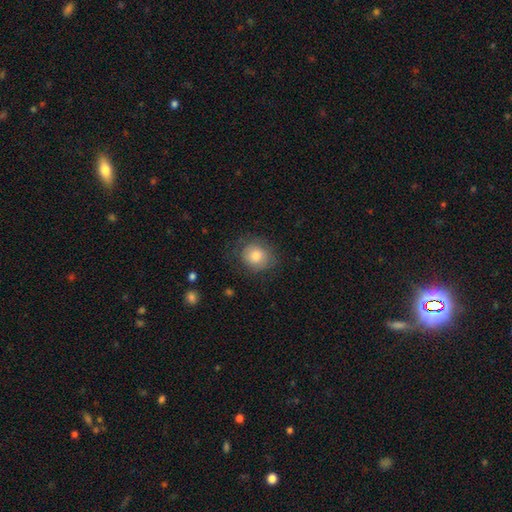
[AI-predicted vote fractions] Smooth or featured?
  - smooth: 73% *
  - featured or disk: 18%
  - star or artifact: 9%
How rounded?
  - round: 74% *
  - in between: 25%
  - cigar-shaped: 1%
Merging?
  - none: 72% *
  - minor disturbance: 18%
  - major disturbance: 9%
  - merger: 1%